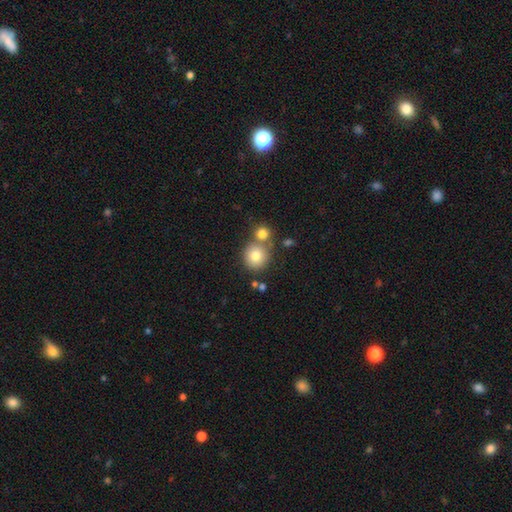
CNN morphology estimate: Overall: smooth (78%). How rounded: round (90%). Merging: none (62%; merger 26%).